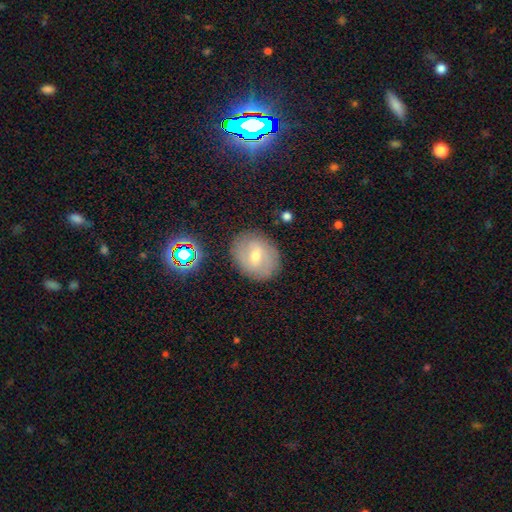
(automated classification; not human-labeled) Smooth or featured? smooth (48%)
Merging? none (84%)